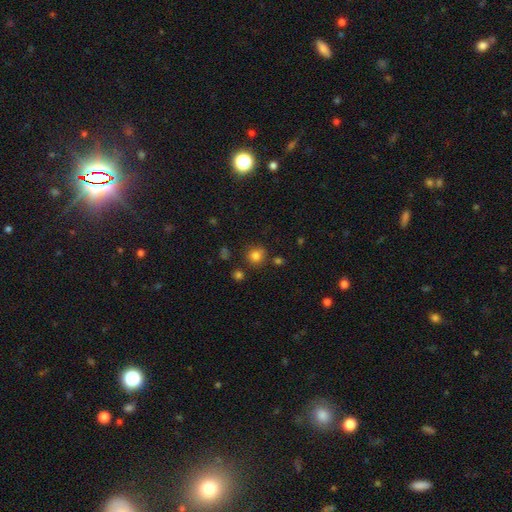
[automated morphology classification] Smooth or featured? smooth (81%)
How rounded? round (89%)
Merging? none (81%)